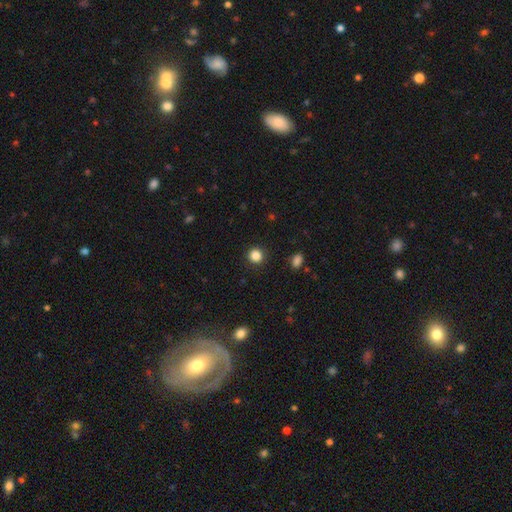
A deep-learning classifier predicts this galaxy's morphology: smooth-or-featured: smooth: 85% | star or artifact: 12% | featured or disk: 4%
  how-rounded: round: 91% | in between: 8% | cigar-shaped: 1%
  merging: none: 92% | minor disturbance: 5% | major disturbance: 2% | merger: 1%